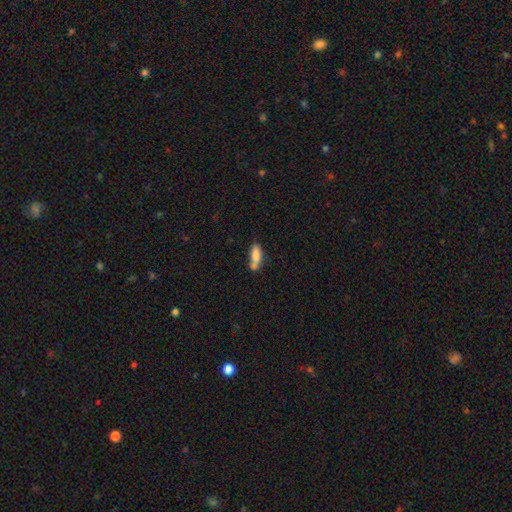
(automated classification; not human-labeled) smooth_or_featured: smooth (p=0.80) [alt: featured or disk p=0.12]
how_rounded: in between (p=0.71) [alt: cigar-shaped p=0.27]
merging: none (p=0.43) [alt: merger p=0.32]